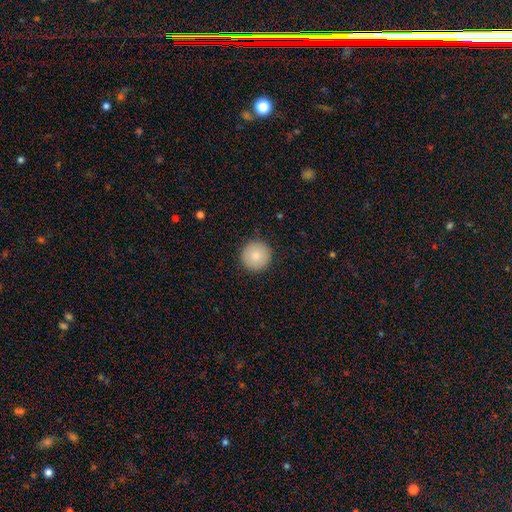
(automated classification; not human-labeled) The model was most divided on "smooth or featured": smooth: 84%, featured or disk: 9%, star or artifact: 7%. More confident: how rounded — round (96%); merging — none (92%).